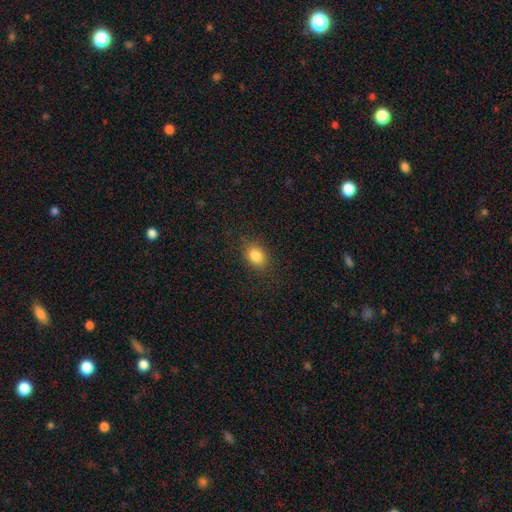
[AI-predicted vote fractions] This appears to be a smooth galaxy with no disk features (84%) that is in between round and cigar-shaped (60%). Merging: none (84%).